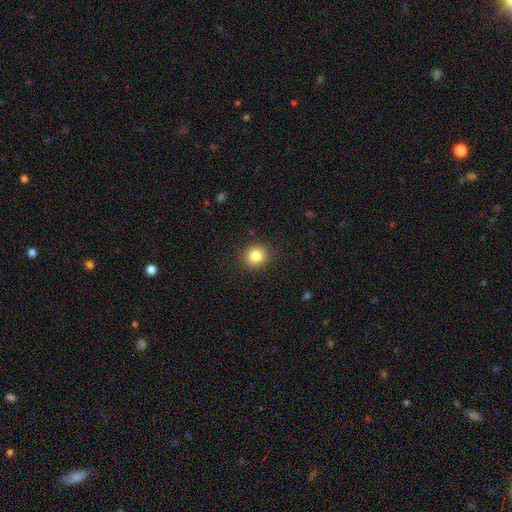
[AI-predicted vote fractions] Smooth or featured? smooth (83%)
How rounded? round (84%)
Merging? none (90%)